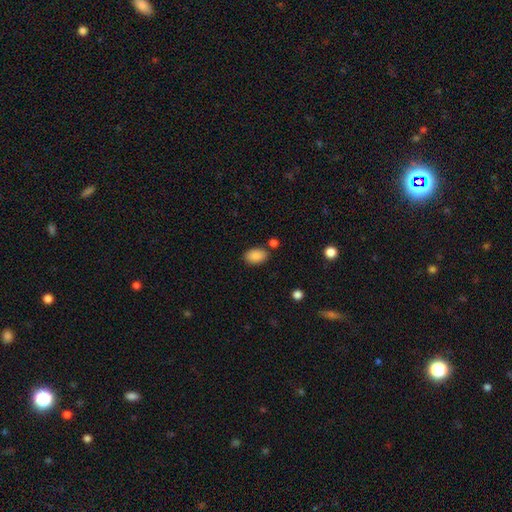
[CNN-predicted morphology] smooth_or_featured: smooth (p=0.88) [alt: star or artifact p=0.08]
how_rounded: in between (p=0.89) [alt: round p=0.10]
merging: none (p=0.80) [alt: minor disturbance p=0.11]